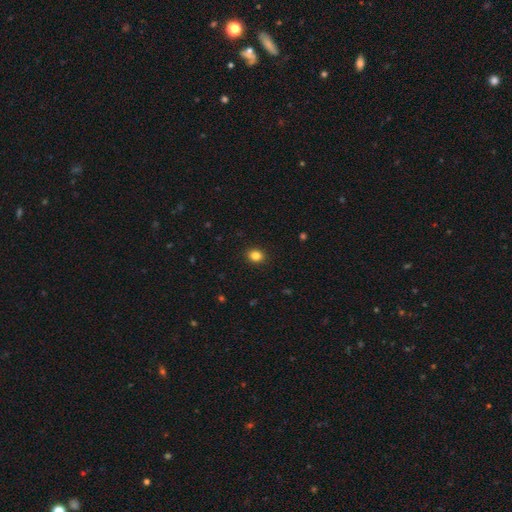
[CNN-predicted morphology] Q: Smooth or featured?
A: smooth (84%); runner-up: star or artifact (11%)
Q: How rounded?
A: round (61%); runner-up: in between (38%)
Q: Merging?
A: none (91%); runner-up: minor disturbance (6%)